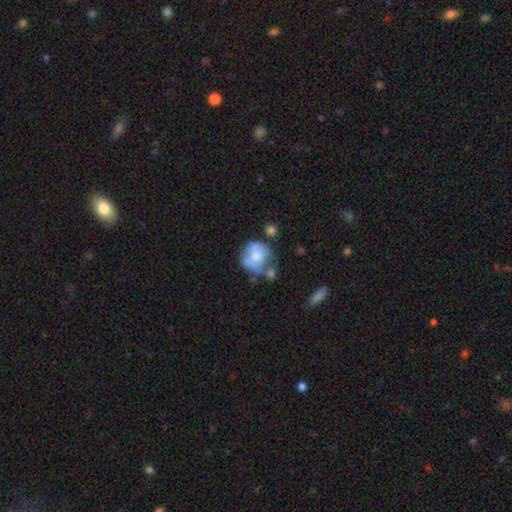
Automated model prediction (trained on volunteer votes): This appears to be a smooth galaxy with no disk features (47%). Merging: none (38%).